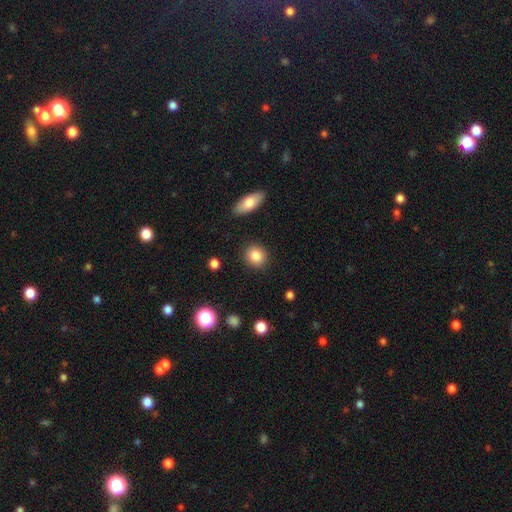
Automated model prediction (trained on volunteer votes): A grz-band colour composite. It shows a smooth galaxy with no disk features (85%) that is round (77%). Merging: none (89%).